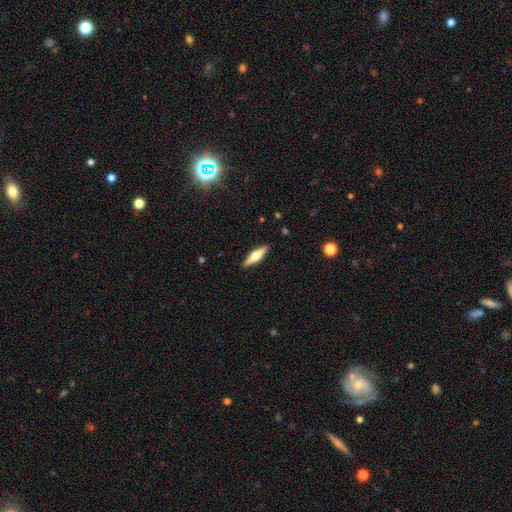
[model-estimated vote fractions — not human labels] A featured or disk galaxy (57%) viewed edge-on (95%) with a rounded central bulge (94%). Merging: none (91%).